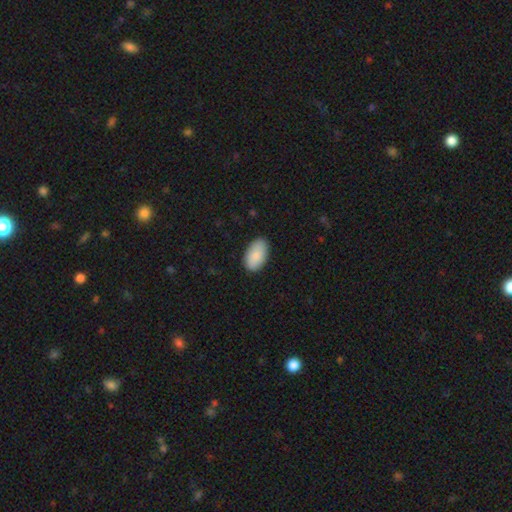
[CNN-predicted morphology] A smooth galaxy with no disk features (88%) that is in between round and cigar-shaped (95%). Merging: none (86%).